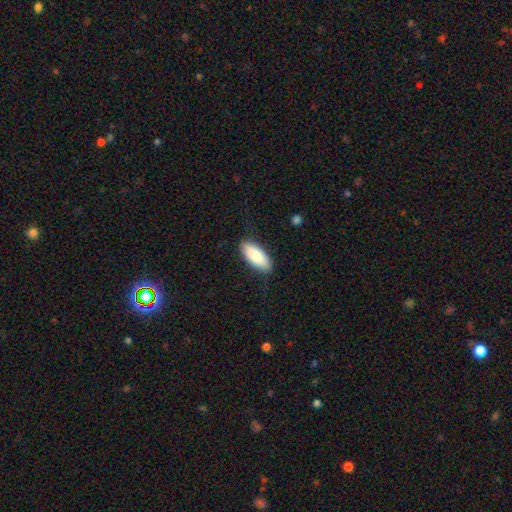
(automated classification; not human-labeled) smooth_or_featured: smooth (p=0.87) [alt: featured or disk p=0.07]
how_rounded: in between (p=0.84) [alt: cigar-shaped p=0.14]
merging: none (p=0.85) [alt: minor disturbance p=0.12]